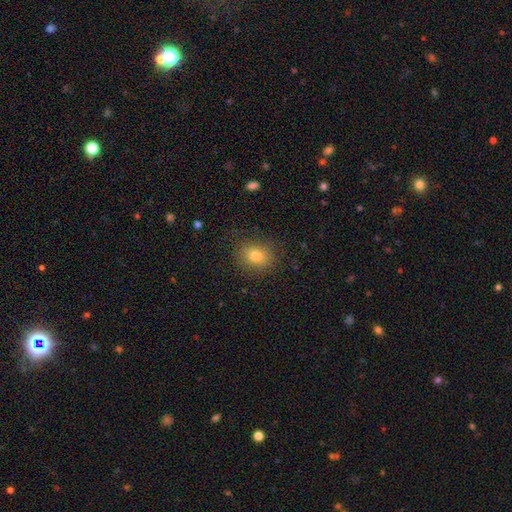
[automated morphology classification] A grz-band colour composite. It shows a smooth galaxy with no disk features (79%) that is round (61%). Merging: none (83%).